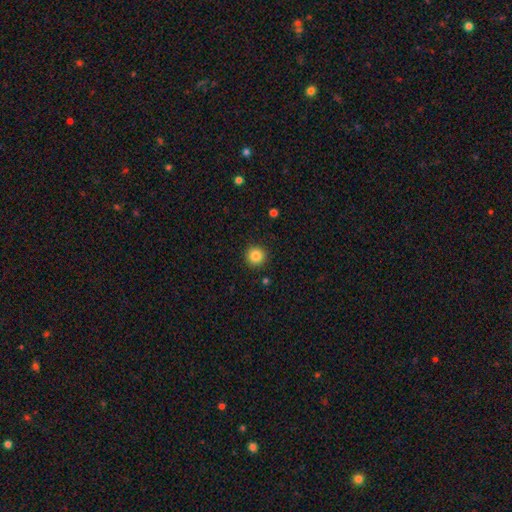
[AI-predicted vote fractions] This is clearly a smooth galaxy (85%). How rounded: clearly round (95%). Merging: clearly none (92%).